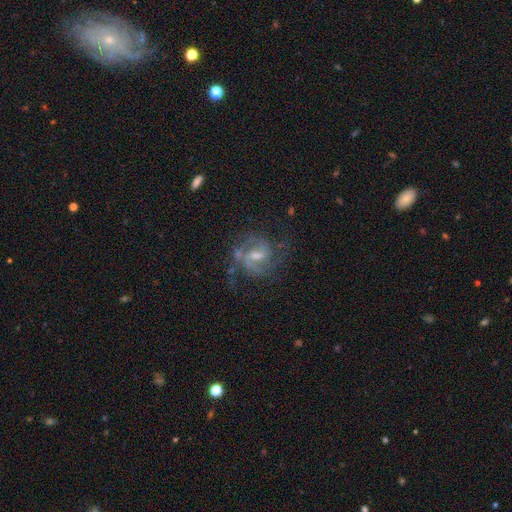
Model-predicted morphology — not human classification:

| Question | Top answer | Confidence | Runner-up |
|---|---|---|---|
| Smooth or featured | featured or disk | 84% | star or artifact (8%) |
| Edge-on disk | no | 98% | yes (2%) |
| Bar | weak | 57% | no (24%) |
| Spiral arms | yes | 95% | no (5%) |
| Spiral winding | medium | 52% | tight (31%) |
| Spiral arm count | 2 | 68% | can't tell (12%) |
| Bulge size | small | 45% | moderate (43%) |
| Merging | none | 64% | minor disturbance (18%) |